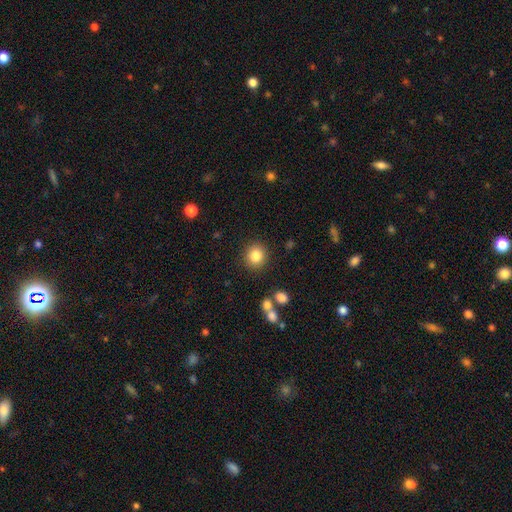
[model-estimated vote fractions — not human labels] The model was most divided on "smooth or featured": smooth: 83%, star or artifact: 10%, featured or disk: 6%. More confident: how rounded — round (88%); merging — none (88%).